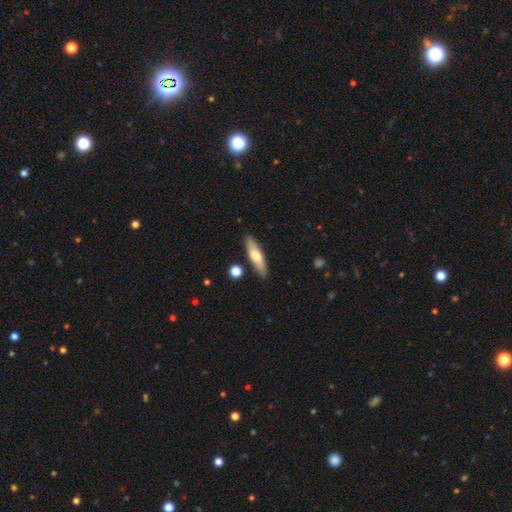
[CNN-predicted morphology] Q: Smooth or featured?
A: smooth (64%); runner-up: featured or disk (30%)
Q: How rounded?
A: cigar-shaped (69%); runner-up: in between (29%)
Q: Merging?
A: none (86%); runner-up: minor disturbance (9%)